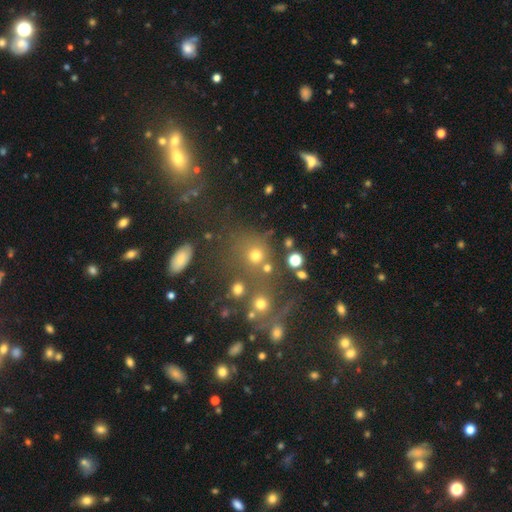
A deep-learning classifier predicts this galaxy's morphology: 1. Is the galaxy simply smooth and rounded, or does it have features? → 66% smooth, 23% star or artifact, 12% featured or disk.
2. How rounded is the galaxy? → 80% round, 18% in between, 2% cigar-shaped.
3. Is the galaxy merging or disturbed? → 63% none, 19% merger, 11% minor disturbance, 8% major disturbance.